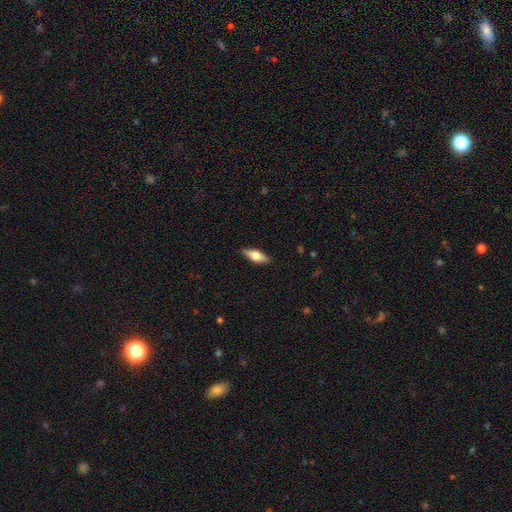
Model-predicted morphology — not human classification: Smooth or featured: smooth — 53% (featured or disk — 40%)
How rounded: in between — 65% (cigar-shaped — 32%)
Merging: none — 88% (minor disturbance — 9%)